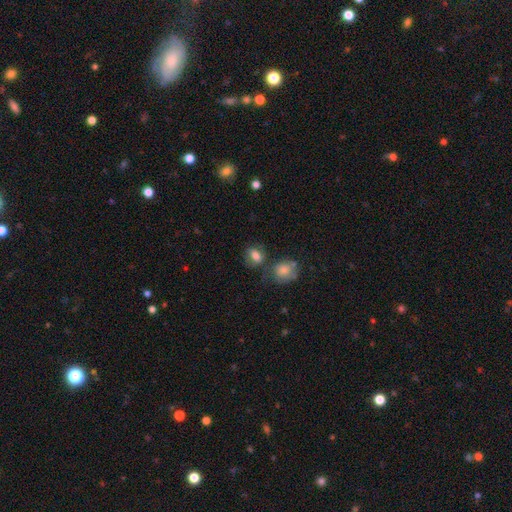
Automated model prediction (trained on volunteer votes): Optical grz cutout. It shows a smooth galaxy with no disk features (78%) that is in between round and cigar-shaped (62%). Merging: none (55%).